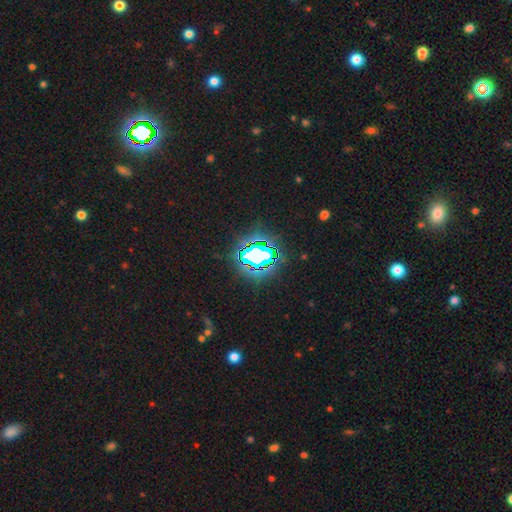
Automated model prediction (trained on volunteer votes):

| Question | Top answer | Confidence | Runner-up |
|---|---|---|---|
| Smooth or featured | star or artifact | 73% | smooth (14%) |